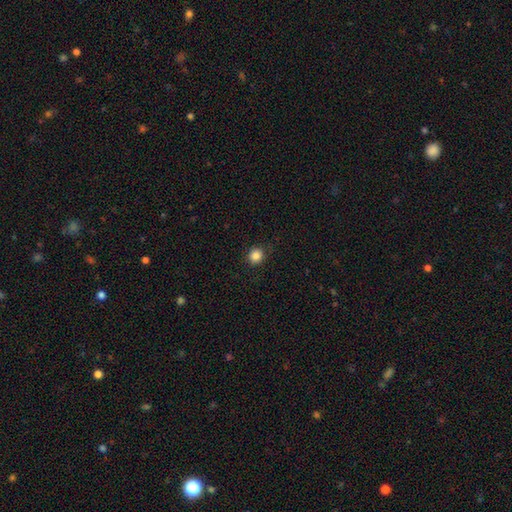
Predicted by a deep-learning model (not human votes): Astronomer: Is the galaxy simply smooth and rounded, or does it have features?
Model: smooth — 86%.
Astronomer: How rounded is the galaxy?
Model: round — 88%.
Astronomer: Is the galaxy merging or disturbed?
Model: none — 89%.